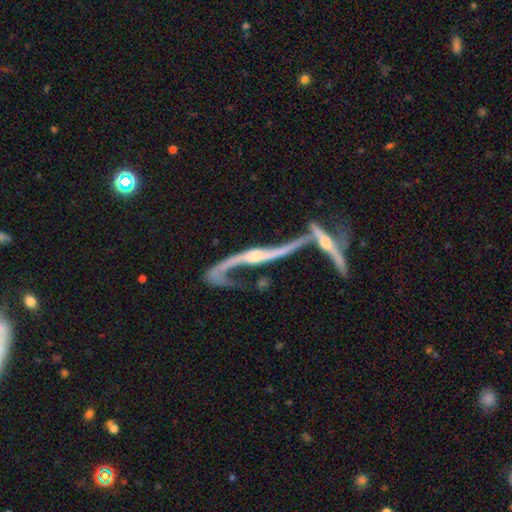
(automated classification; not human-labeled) The model was most divided on "merging": merger: 38%, none: 31%, major disturbance: 17%, minor disturbance: 13%. More confident: smooth or featured — featured or disk (87%); edge-on disk — yes (55%).